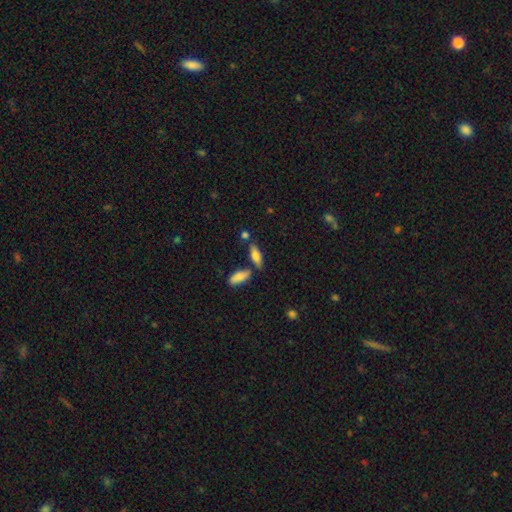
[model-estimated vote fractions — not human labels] Smooth or featured? Predicted: smooth (p=0.74). How rounded? Predicted: in between (p=0.64). Merging? Predicted: none (p=0.66).